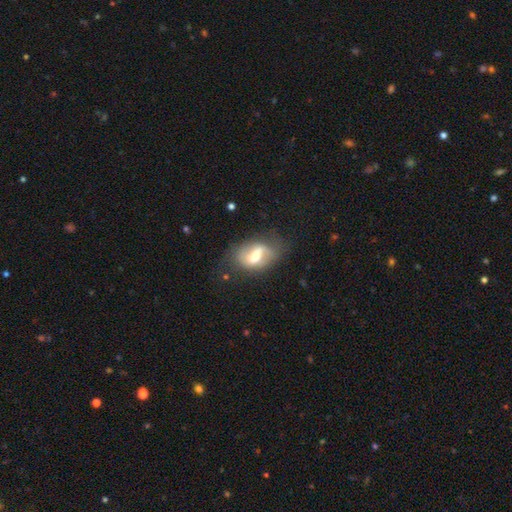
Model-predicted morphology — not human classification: A featured or disk galaxy (58%) with a weak bar (42%), spiral arms (58%) and a moderate central bulge (62%).

Vote fractions:
- Smooth or featured? featured or disk: 58% / smooth: 34% / star or artifact: 8%
- Edge-on disk? no: 91% / yes: 9%
- Bar? weak: 42% / strong: 37% / no: 21%
- Spiral arms? yes: 58% / no: 42%
- Bulge size? moderate: 62% / small: 25% / large: 9% / none: 2% / dominant: 2%
- Merging? none: 60% / minor disturbance: 24% / major disturbance: 13% / merger: 3%